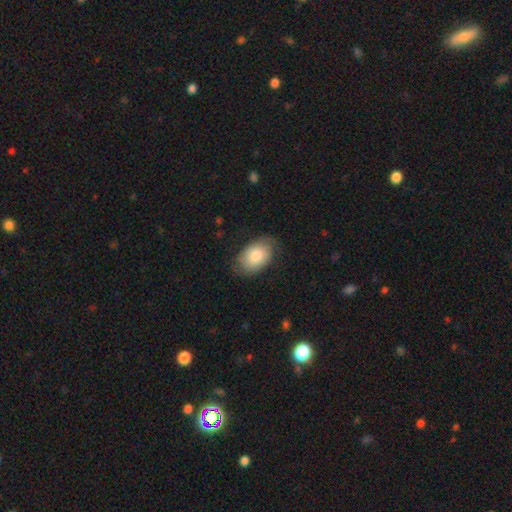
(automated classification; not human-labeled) smooth-or-featured: smooth: 76% | featured or disk: 18% | star or artifact: 6%
  how-rounded: in between: 87% | round: 12% | cigar-shaped: 1%
  merging: none: 70% | minor disturbance: 23% | major disturbance: 6% | merger: 1%